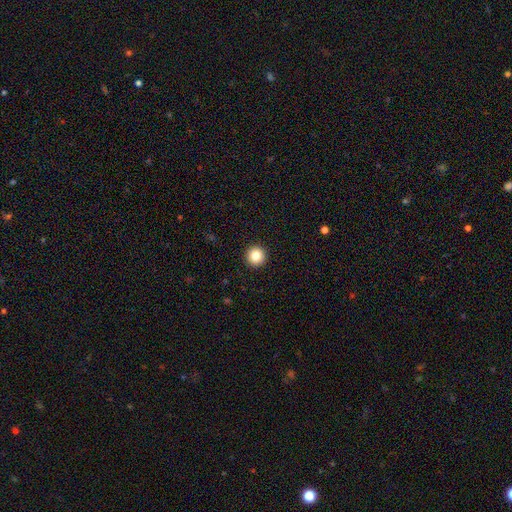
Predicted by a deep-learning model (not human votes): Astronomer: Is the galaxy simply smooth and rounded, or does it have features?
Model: smooth — 84%.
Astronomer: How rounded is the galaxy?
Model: round — 96%.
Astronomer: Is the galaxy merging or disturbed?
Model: none — 94%.